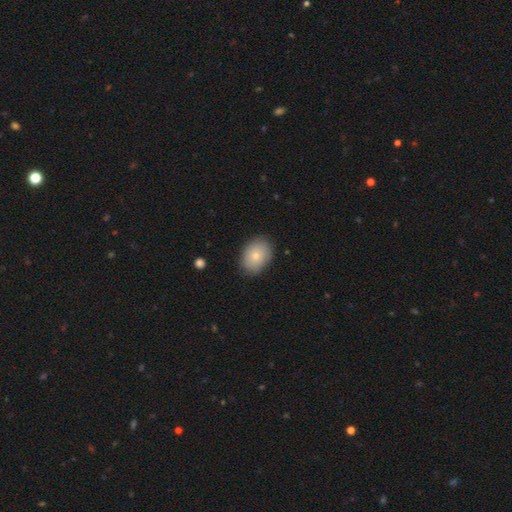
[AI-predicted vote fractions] Smooth or featured? smooth (79%)
How rounded? in between (70%)
Merging? none (84%)